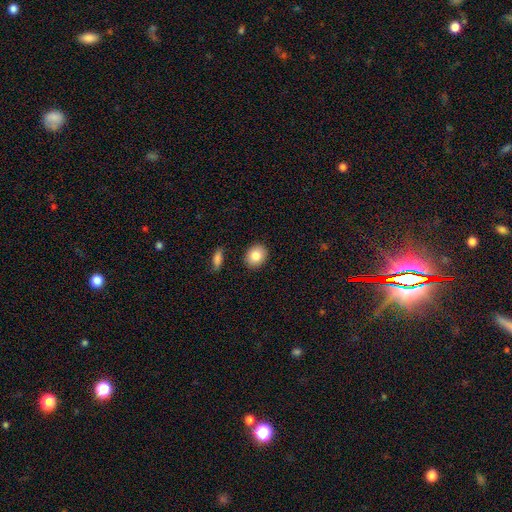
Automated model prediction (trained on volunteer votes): This is clearly a smooth galaxy (83%). How rounded: possibly round (57%). Merging: clearly none (88%).